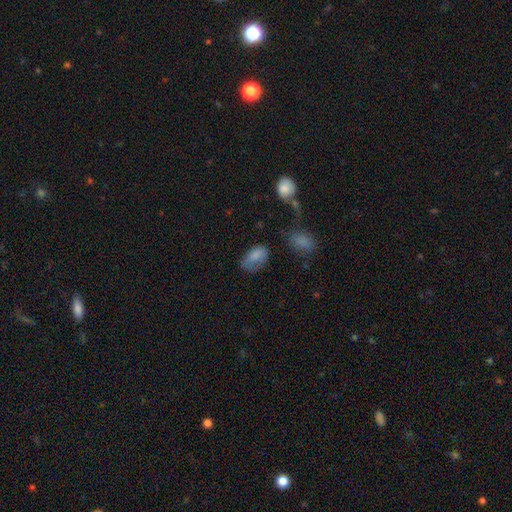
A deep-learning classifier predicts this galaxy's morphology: smooth 78%, featured or disk 12%, star or artifact 10%. Down the decision tree: how rounded — in between (91%); merging — none (44%).